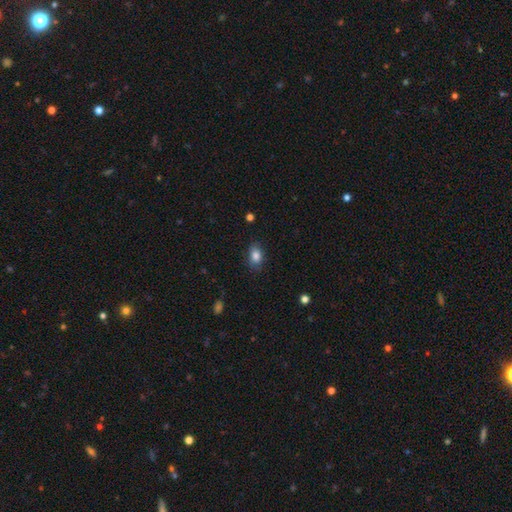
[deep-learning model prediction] The model was most divided on "merging": none: 80%, minor disturbance: 15%, major disturbance: 4%, merger: 1%. More confident: smooth or featured — smooth (85%); how rounded — in between (84%).